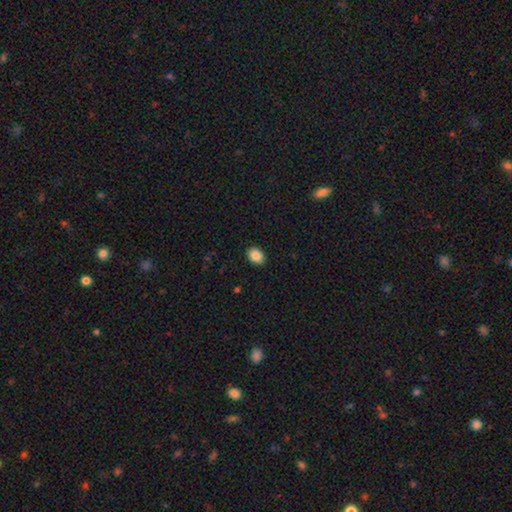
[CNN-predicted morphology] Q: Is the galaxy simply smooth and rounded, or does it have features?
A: smooth — 87%.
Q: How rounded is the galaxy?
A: in between — 77%.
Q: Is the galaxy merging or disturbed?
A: none — 90%.